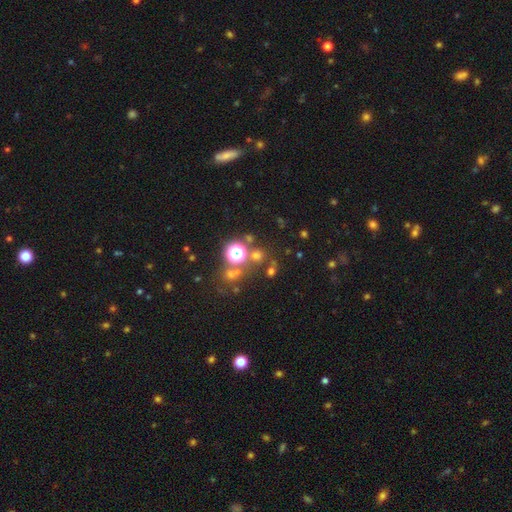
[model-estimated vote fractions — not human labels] Smooth or featured? smooth (56%)
How rounded? round (88%)
Merging? none (72%)